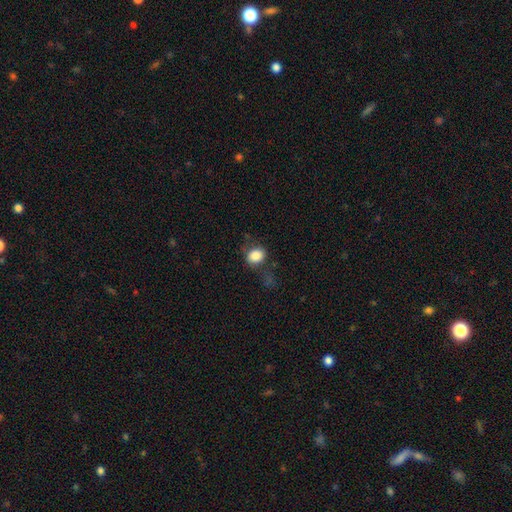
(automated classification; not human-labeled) This is clearly a smooth galaxy (83%). How rounded: possibly round (50%). Merging: likely none (63%).